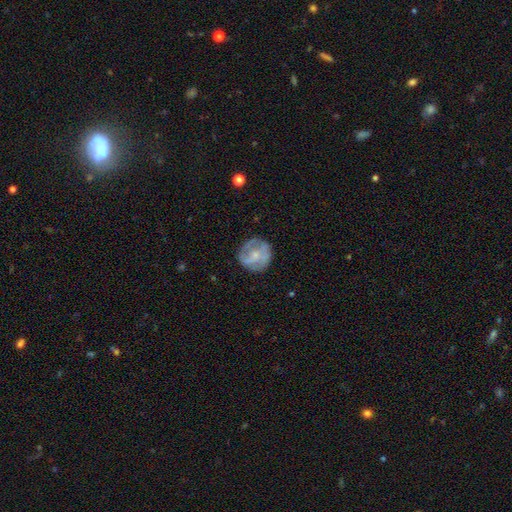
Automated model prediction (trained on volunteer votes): Morphology: type=featured or disk (57%); edge-on=no (97%); bar=no (63%); spiral arms=yes (69%); bulge=small (52%); merging=none (75%).